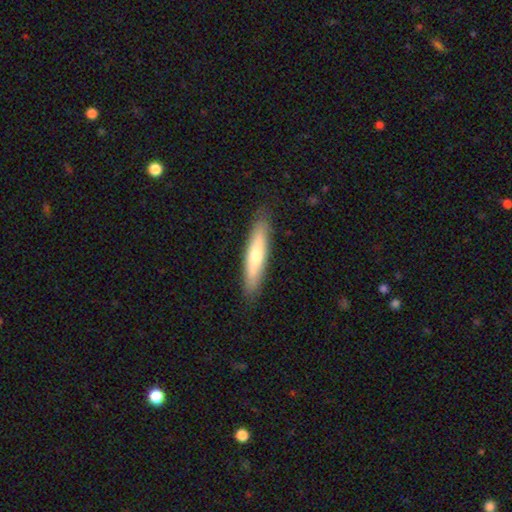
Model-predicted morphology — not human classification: Q: Smooth or featured?
A: smooth (55%); runner-up: featured or disk (39%)
Q: How rounded?
A: cigar-shaped (85%); runner-up: in between (14%)
Q: Merging?
A: none (88%); runner-up: minor disturbance (9%)